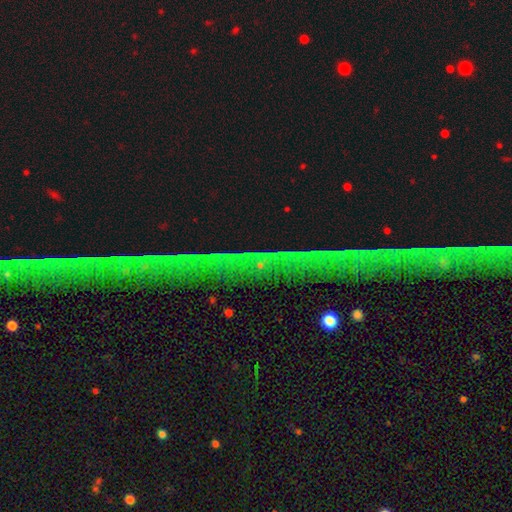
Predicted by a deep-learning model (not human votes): This is clearly a star or artifact rather than a galaxy (86%).